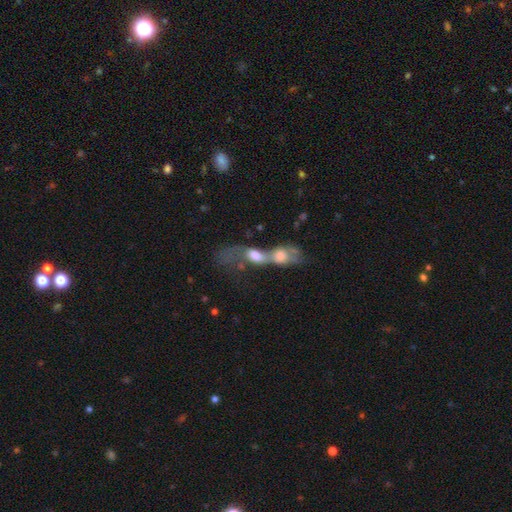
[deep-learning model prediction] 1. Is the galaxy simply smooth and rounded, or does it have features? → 55% smooth, 34% featured or disk, 11% star or artifact.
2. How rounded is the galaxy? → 66% in between, 19% round, 15% cigar-shaped.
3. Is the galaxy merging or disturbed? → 83% merger, 8% major disturbance, 6% none, 3% minor disturbance.